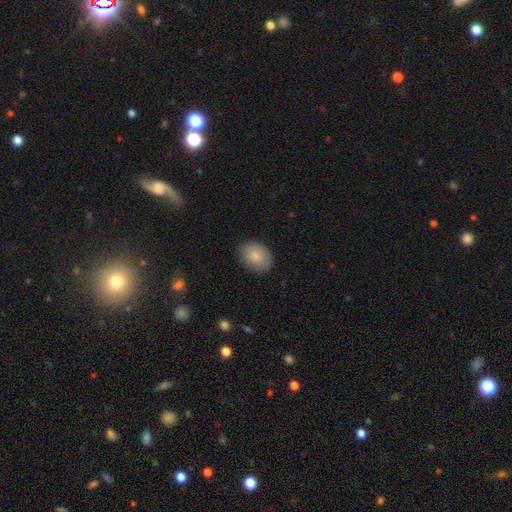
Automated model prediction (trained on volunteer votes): smooth_or_featured: smooth (p=0.85) [alt: featured or disk p=0.08]
how_rounded: in between (p=0.67) [alt: round p=0.32]
merging: none (p=0.85) [alt: minor disturbance p=0.11]